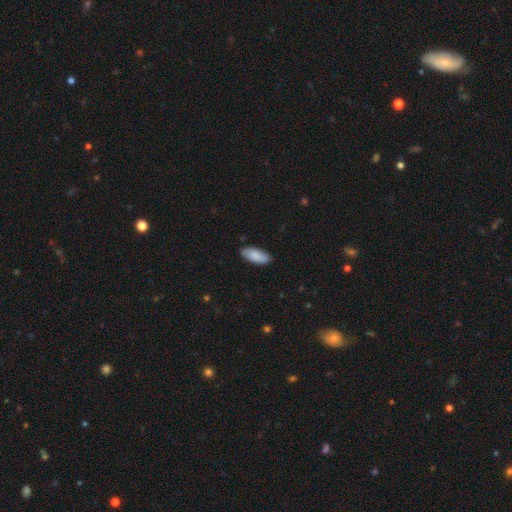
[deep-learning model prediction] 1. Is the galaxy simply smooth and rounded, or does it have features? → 84% smooth, 10% featured or disk, 6% star or artifact.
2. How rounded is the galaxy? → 84% in between, 14% cigar-shaped, 2% round.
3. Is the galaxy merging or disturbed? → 86% none, 11% minor disturbance, 2% major disturbance, 1% merger.